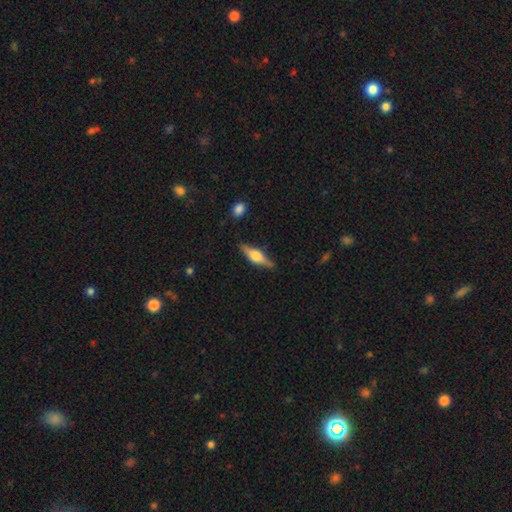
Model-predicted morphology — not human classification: Smooth or featured: featured or disk — 62% (smooth — 32%)
Edge-on disk: yes — 95% (no — 5%)
Edge-on bulge: rounded — 88% (boxy — 10%)
Merging: none — 84% (minor disturbance — 11%)